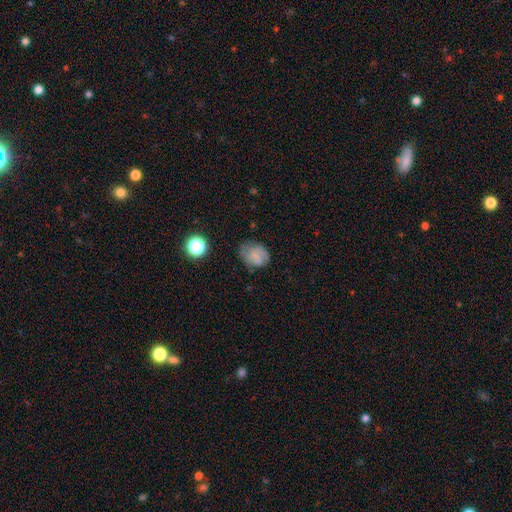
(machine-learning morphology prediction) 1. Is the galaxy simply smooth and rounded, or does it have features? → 64% smooth, 24% featured or disk, 12% star or artifact.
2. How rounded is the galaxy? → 56% in between, 43% round, 1% cigar-shaped.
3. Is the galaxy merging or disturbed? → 63% none, 26% minor disturbance, 10% major disturbance, 2% merger.